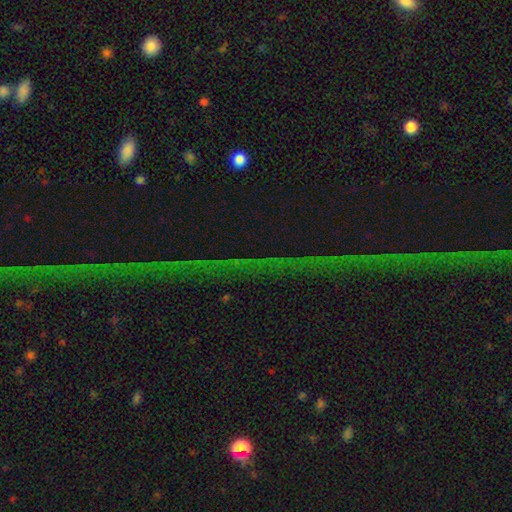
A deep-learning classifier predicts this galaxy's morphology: Smooth or featured?
  - star or artifact: 75% *
  - featured or disk: 14%
  - smooth: 11%